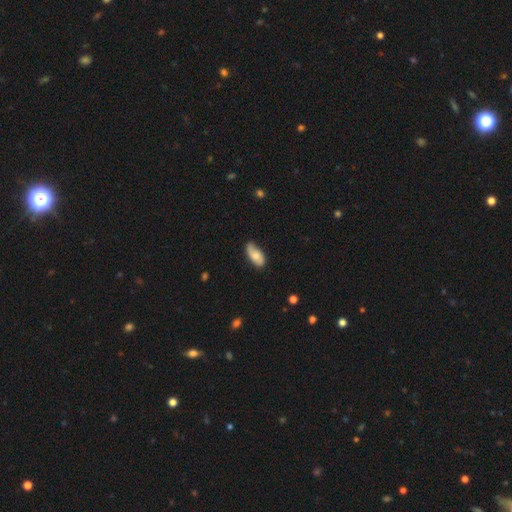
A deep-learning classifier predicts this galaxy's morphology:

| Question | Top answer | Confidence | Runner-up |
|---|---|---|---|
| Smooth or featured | smooth | 63% | featured or disk (30%) |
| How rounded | in between | 88% | cigar-shaped (9%) |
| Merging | none | 68% | minor disturbance (26%) |